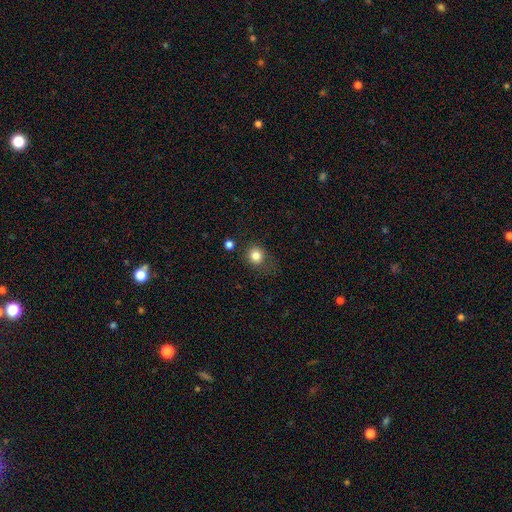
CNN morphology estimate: smooth_or_featured: smooth (p=0.82) [alt: star or artifact p=0.12]
how_rounded: round (p=0.86) [alt: in between p=0.13]
merging: none (p=0.72) [alt: minor disturbance p=0.17]